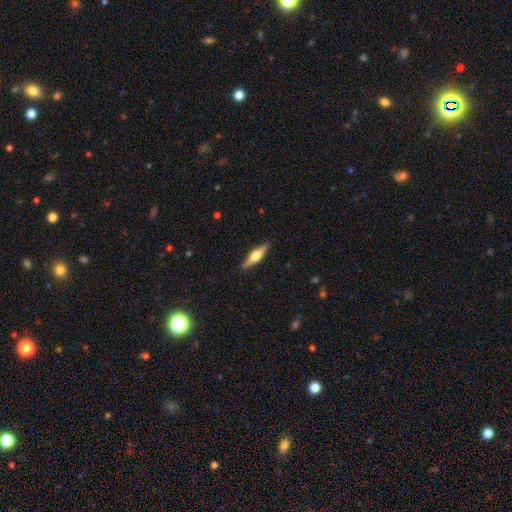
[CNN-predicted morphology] smooth_or_featured: featured or disk (p=0.59) [alt: smooth p=0.35]
disk_edge_on: yes (p=0.97) [alt: no p=0.03]
edge_on_bulge: rounded (p=0.93) [alt: boxy p=0.05]
merging: none (p=0.90) [alt: minor disturbance p=0.07]